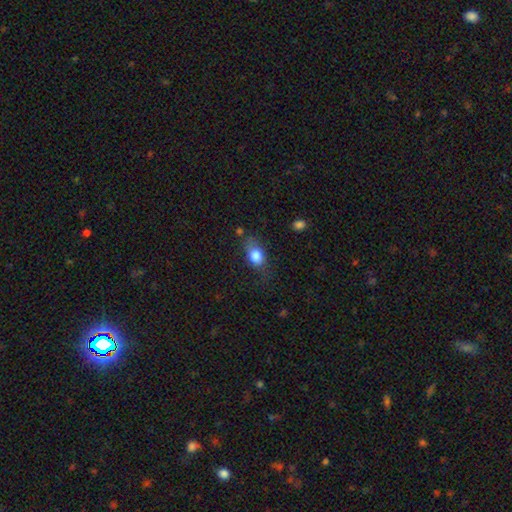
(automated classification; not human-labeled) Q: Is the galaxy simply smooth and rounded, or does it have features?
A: smooth — 81%.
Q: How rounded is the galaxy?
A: in between — 77%.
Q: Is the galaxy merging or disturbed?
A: none — 56%.